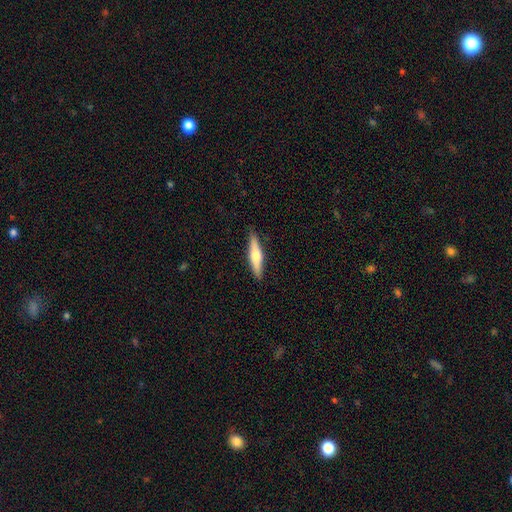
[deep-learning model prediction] Q: Smooth or featured?
A: smooth (49%); runner-up: featured or disk (45%)
Q: Merging?
A: none (88%); runner-up: minor disturbance (9%)